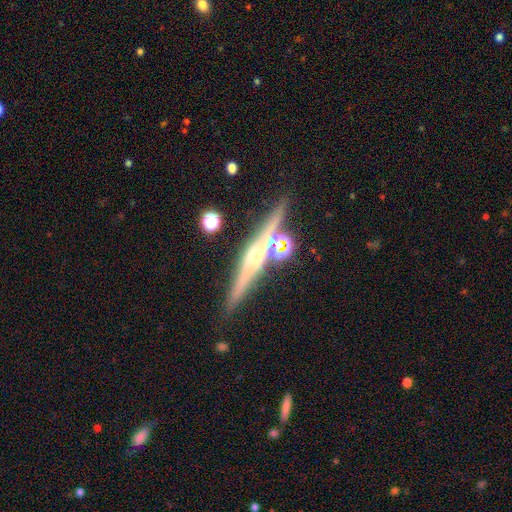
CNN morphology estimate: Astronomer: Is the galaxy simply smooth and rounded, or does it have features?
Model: featured or disk — 73%.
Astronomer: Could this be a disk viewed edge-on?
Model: yes — 96%.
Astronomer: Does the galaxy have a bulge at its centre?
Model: rounded — 82%.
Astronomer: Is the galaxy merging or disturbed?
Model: none — 79%.